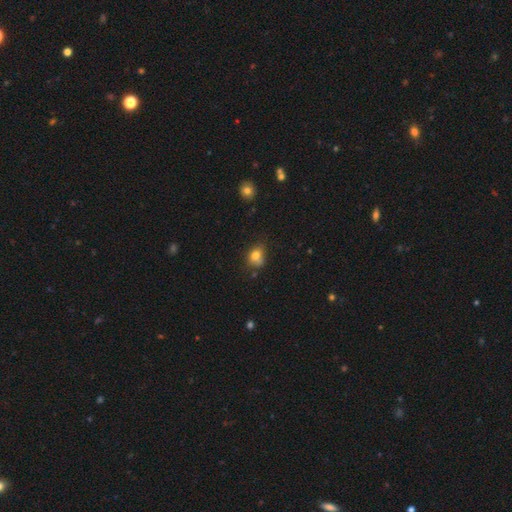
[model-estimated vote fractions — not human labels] Smooth or featured? smooth (77%)
How rounded? in between (51%)
Merging? none (54%)